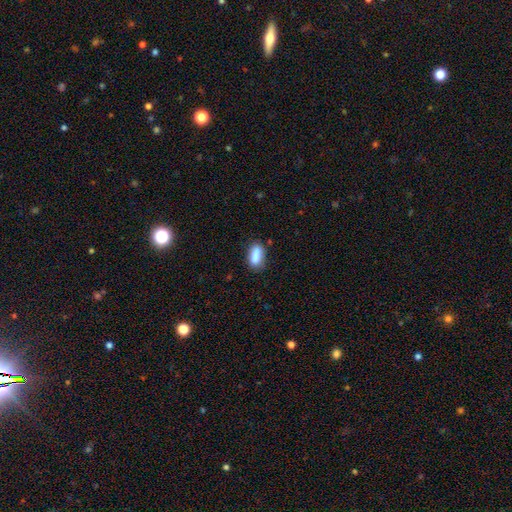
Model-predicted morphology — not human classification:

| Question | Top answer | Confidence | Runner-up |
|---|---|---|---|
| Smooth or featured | smooth | 85% | star or artifact (8%) |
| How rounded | in between | 82% | cigar-shaped (13%) |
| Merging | none | 71% | minor disturbance (20%) |